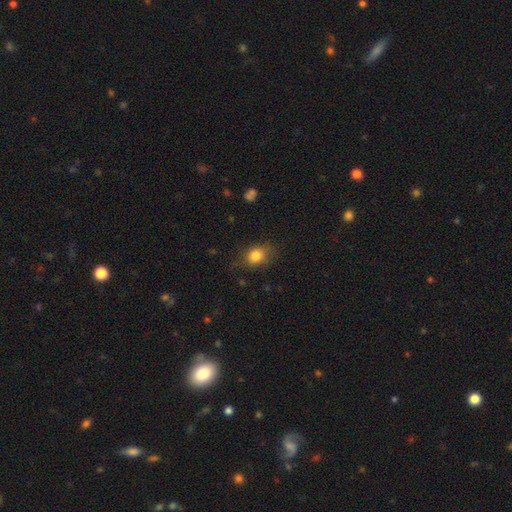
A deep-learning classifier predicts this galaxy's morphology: Smooth or featured?
  - smooth: 83% *
  - star or artifact: 10%
  - featured or disk: 8%
How rounded?
  - in between: 54% *
  - round: 44%
  - cigar-shaped: 2%
Merging?
  - none: 71% *
  - minor disturbance: 21%
  - major disturbance: 7%
  - merger: 1%